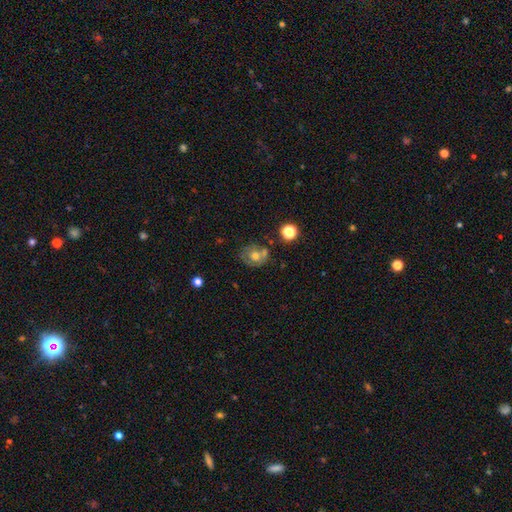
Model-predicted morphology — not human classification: The model was most divided on "smooth or featured": smooth: 48%, featured or disk: 40%, star or artifact: 12%. More confident: merging — none (56%).